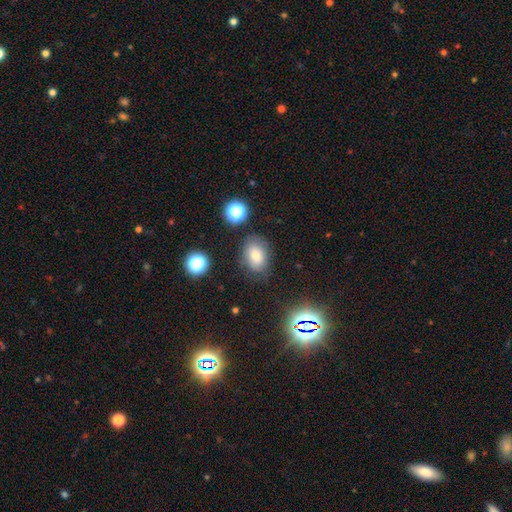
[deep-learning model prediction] smooth 73%, star or artifact 15%, featured or disk 12%. Down the decision tree: how rounded — in between (72%); merging — none (79%).